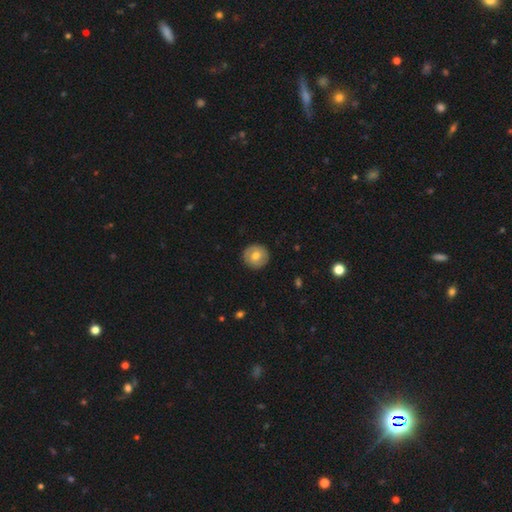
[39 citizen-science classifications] Morphology: type=smooth (49%); roundness=round (84%); merging=none (94%).